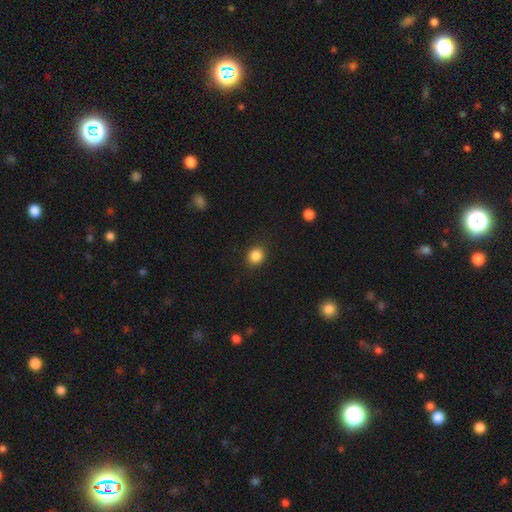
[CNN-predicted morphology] type=smooth (86%); roundness=round (74%); merging=none (88%).